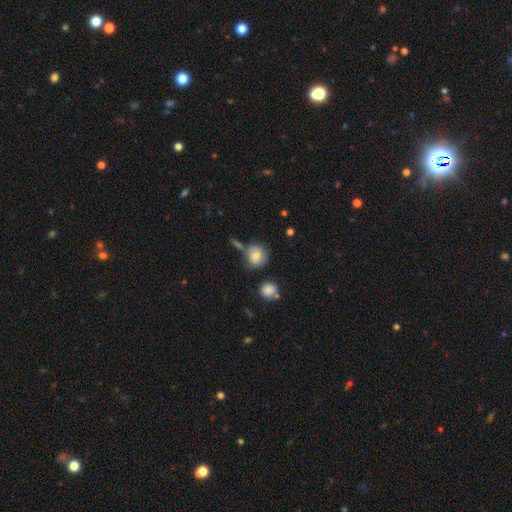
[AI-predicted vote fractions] This is likely a smooth galaxy (75%). How rounded: clearly round (80%). Merging: possibly none (58%).